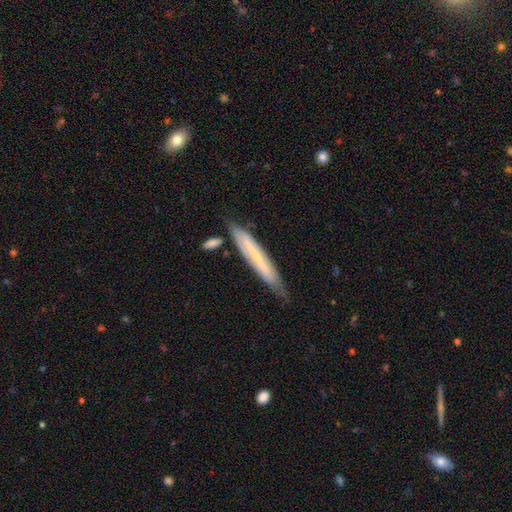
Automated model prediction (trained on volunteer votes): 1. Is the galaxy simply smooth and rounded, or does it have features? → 50% featured or disk, 43% smooth, 7% star or artifact.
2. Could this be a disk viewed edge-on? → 75% yes, 25% no.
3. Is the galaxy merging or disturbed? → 71% none, 20% minor disturbance, 5% merger, 4% major disturbance.